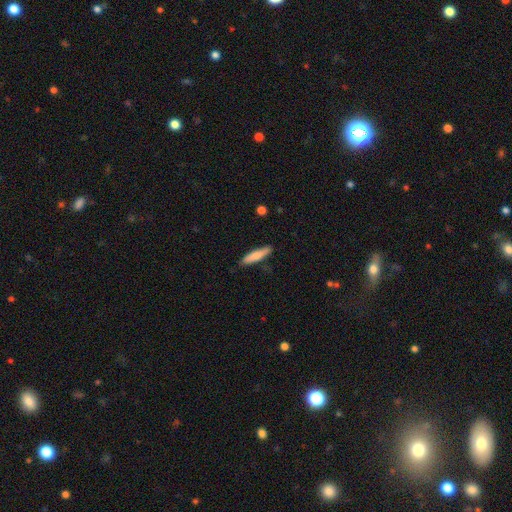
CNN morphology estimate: smooth-or-featured: smooth: 75% | featured or disk: 20% | star or artifact: 5%
  how-rounded: cigar-shaped: 85% | in between: 14% | round: 1%
  merging: none: 86% | minor disturbance: 11% | major disturbance: 2% | merger: 1%